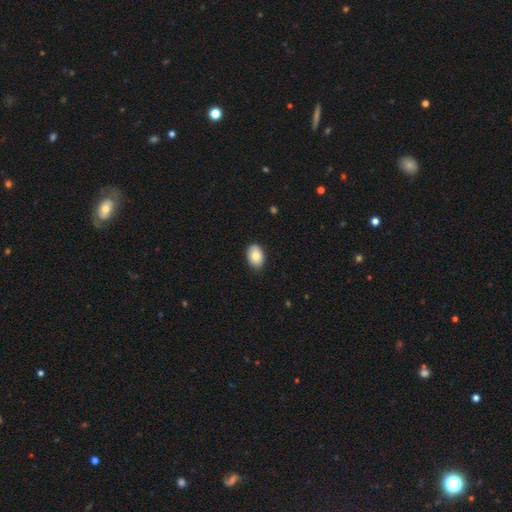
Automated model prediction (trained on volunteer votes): Smooth or featured?
  - smooth: 84% *
  - featured or disk: 9%
  - star or artifact: 7%
How rounded?
  - in between: 85% *
  - round: 14%
  - cigar-shaped: 1%
Merging?
  - none: 87% *
  - minor disturbance: 10%
  - major disturbance: 2%
  - merger: 1%